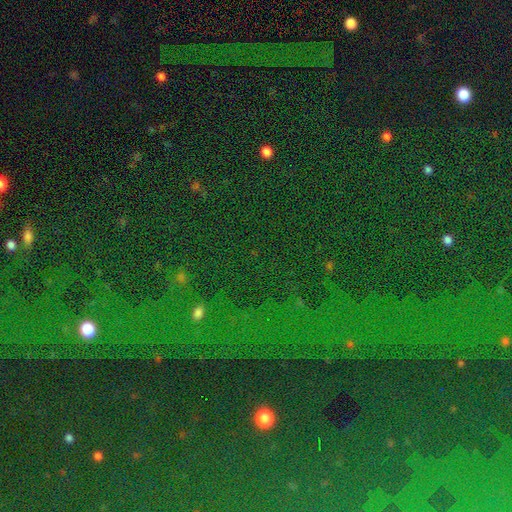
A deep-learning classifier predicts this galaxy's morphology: Q: Smooth or featured?
A: star or artifact (84%); runner-up: smooth (9%)